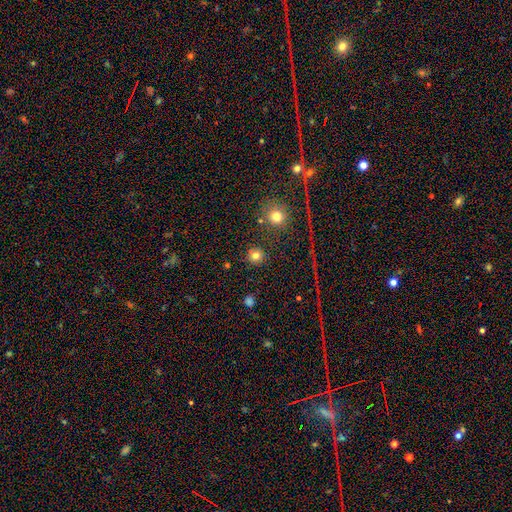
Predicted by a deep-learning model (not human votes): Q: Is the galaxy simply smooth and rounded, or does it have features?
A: smooth — 78%.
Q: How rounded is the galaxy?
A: round — 94%.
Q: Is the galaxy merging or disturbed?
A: none — 90%.